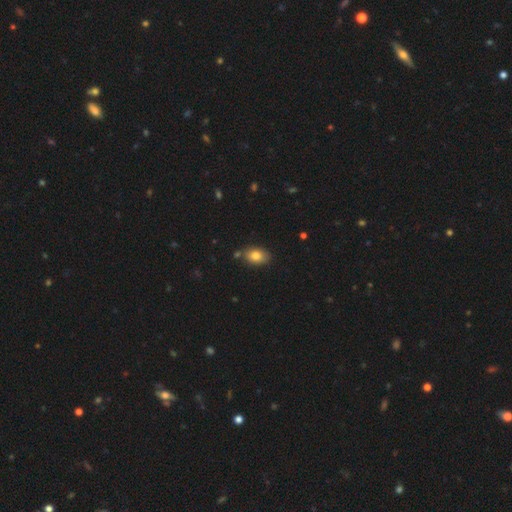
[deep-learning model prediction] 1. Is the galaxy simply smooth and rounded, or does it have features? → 82% smooth, 9% featured or disk, 9% star or artifact.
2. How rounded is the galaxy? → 85% in between, 13% round, 2% cigar-shaped.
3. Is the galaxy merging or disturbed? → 79% none, 13% minor disturbance, 5% merger, 3% major disturbance.